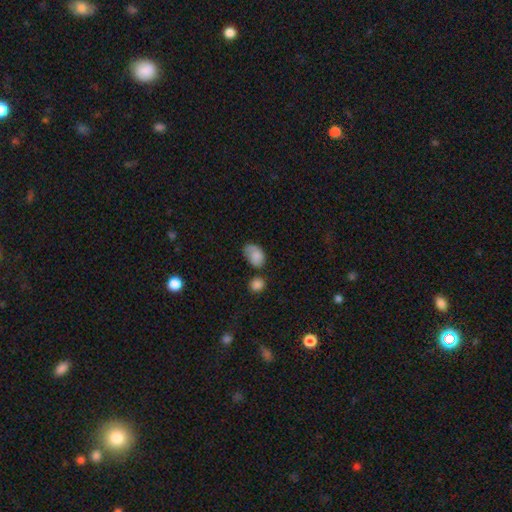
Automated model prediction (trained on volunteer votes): Q: Smooth or featured?
A: smooth (77%); runner-up: featured or disk (14%)
Q: How rounded?
A: in between (82%); runner-up: round (17%)
Q: Merging?
A: none (40%); runner-up: minor disturbance (33%)